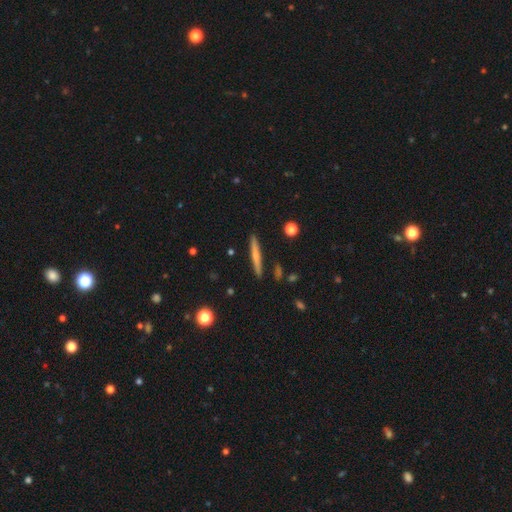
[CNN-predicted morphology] Smooth or featured? Predicted: smooth (p=0.51). How rounded? Predicted: cigar-shaped (p=0.95). Merging? Predicted: none (p=0.91).